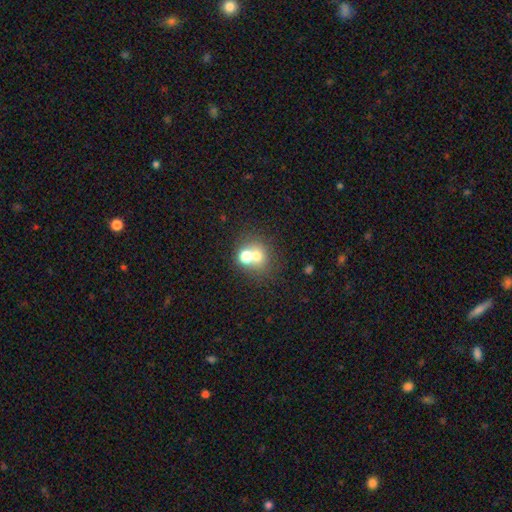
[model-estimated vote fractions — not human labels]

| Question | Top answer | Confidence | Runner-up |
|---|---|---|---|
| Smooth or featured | smooth | 65% | star or artifact (18%) |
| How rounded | round | 76% | in between (23%) |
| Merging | merger | 47% | none (42%) |